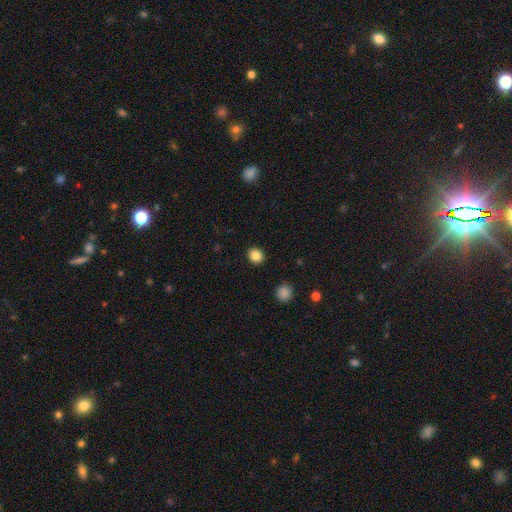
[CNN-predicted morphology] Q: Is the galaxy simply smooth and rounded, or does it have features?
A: smooth — 85%.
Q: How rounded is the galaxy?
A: round — 83%.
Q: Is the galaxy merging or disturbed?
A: none — 92%.